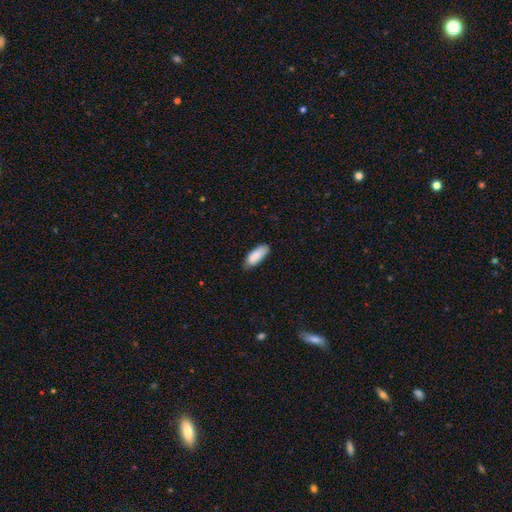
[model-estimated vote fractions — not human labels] A smooth galaxy with no disk features (89%) that is in between round and cigar-shaped (80%).

Vote fractions:
- Smooth or featured? smooth: 89% / star or artifact: 6% / featured or disk: 6%
- How rounded? in between: 80% / cigar-shaped: 19% / round: 2%
- Merging? none: 73% / minor disturbance: 23% / major disturbance: 3% / merger: 1%